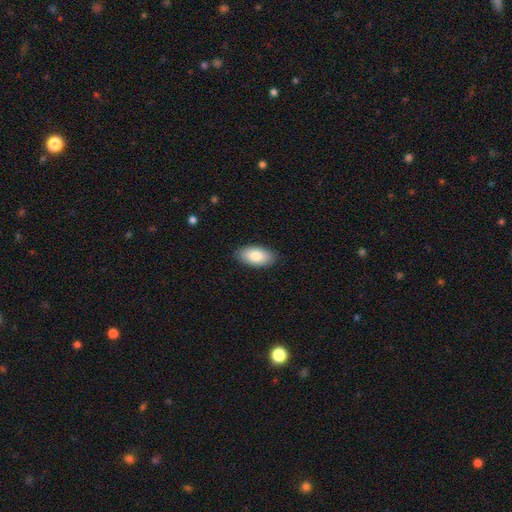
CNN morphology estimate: Smooth or featured?
  - smooth: 82% *
  - featured or disk: 12%
  - star or artifact: 6%
How rounded?
  - in between: 94% *
  - cigar-shaped: 3%
  - round: 3%
Merging?
  - none: 88% *
  - minor disturbance: 9%
  - major disturbance: 2%
  - merger: 1%